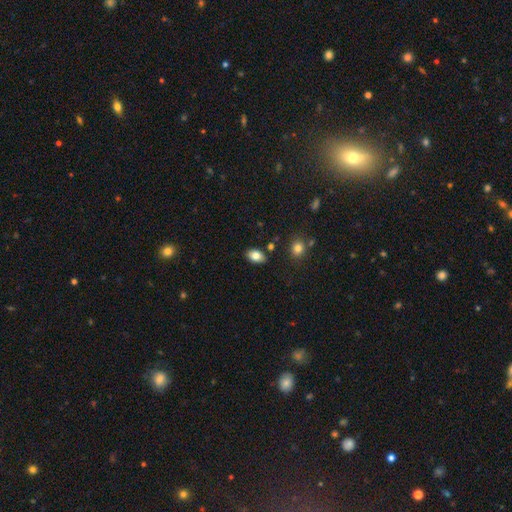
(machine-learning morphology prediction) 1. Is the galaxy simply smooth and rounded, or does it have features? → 82% smooth, 10% featured or disk, 9% star or artifact.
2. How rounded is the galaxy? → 86% in between, 12% round, 1% cigar-shaped.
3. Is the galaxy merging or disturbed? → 85% none, 10% minor disturbance, 3% merger, 2% major disturbance.